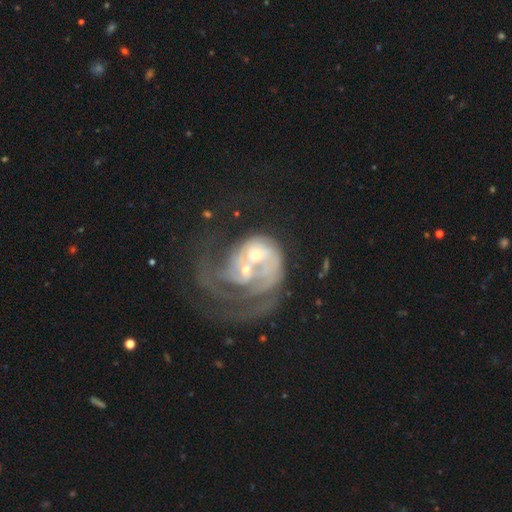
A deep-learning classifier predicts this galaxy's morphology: Smooth or featured? featured or disk (79%)
Edge-on disk? no (98%)
Bar? no (72%)
Spiral arms? yes (77%)
Spiral winding? tight (37%)
Spiral arm count? can't tell (32%)
Bulge size? small (50%)
Merging? merger (59%)